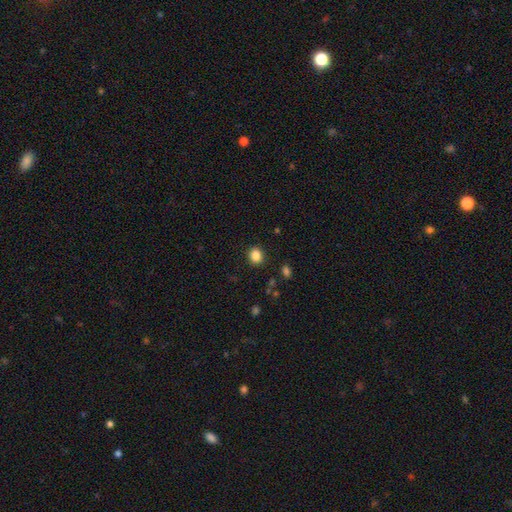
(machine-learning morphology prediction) This appears to be a smooth galaxy with no disk features (86%) that is round (62%). Merging: none (89%).